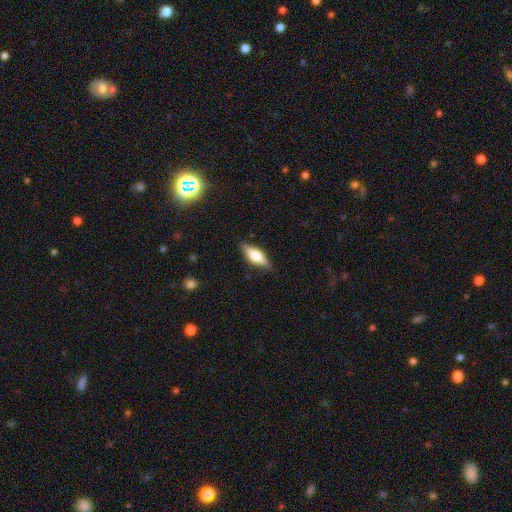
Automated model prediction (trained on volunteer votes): Smooth or featured? smooth (57%)
How rounded? in between (66%)
Merging? none (84%)